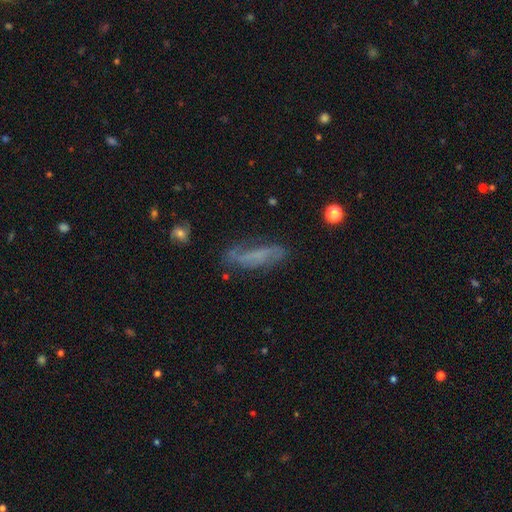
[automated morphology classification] featured or disk 56%, smooth 33%, star or artifact 11%. Down the decision tree: edge-on disk — no (77%); merging — none (64%).